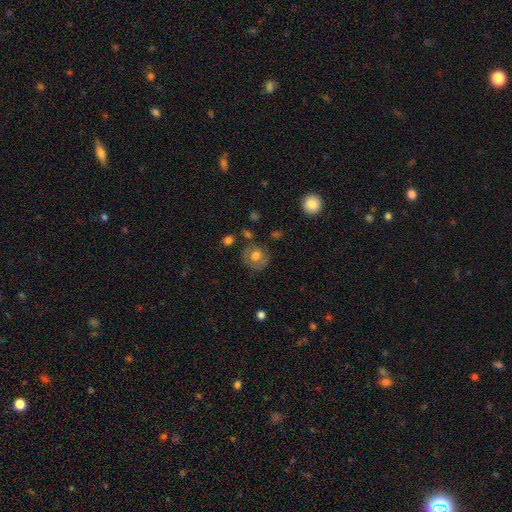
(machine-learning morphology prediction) This is likely a smooth galaxy (63%). How rounded: clearly round (85%). Merging: likely none (74%).